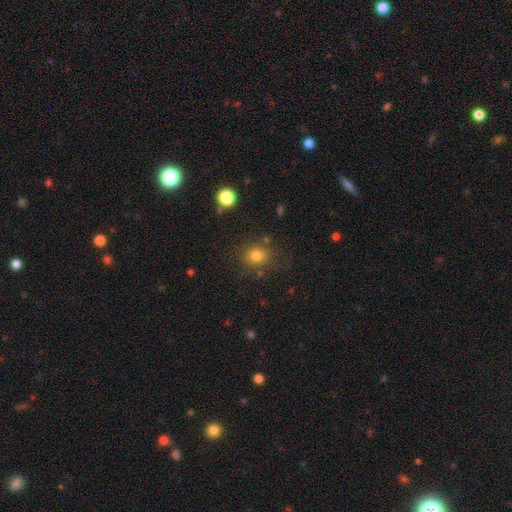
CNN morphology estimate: A smooth galaxy with no disk features (78%) that is round (76%). Merging: none (80%).